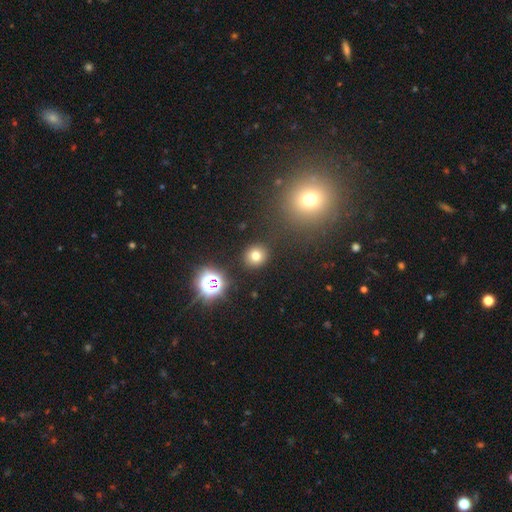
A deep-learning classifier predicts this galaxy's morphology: Q: Smooth or featured?
A: smooth (73%); runner-up: star or artifact (19%)
Q: How rounded?
A: round (87%); runner-up: in between (12%)
Q: Merging?
A: none (89%); runner-up: minor disturbance (6%)